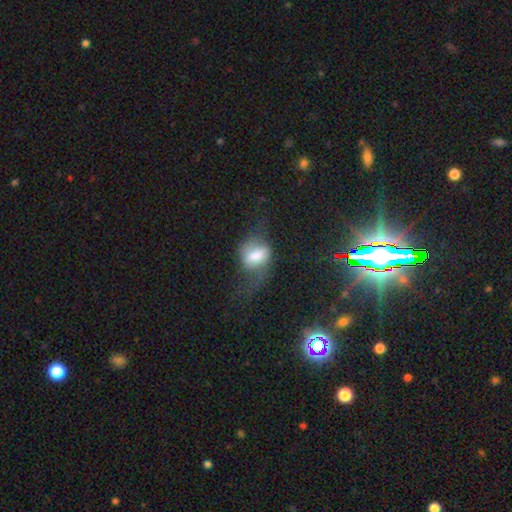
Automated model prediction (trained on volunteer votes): Smooth or featured? smooth (50%)
Merging? none (38%)